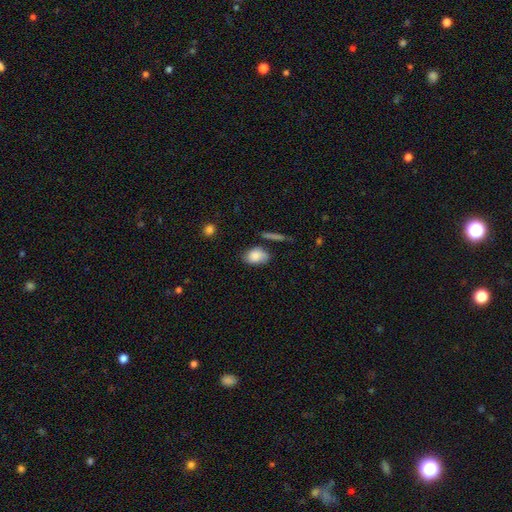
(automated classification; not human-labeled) This is clearly a smooth galaxy (83%). How rounded: clearly in between (81%). Merging: likely none (61%).